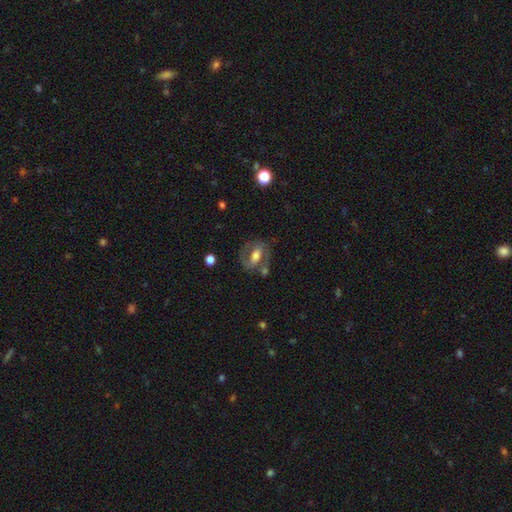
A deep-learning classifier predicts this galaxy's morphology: smooth_or_featured: featured or disk (p=0.59) [alt: smooth p=0.33]
disk_edge_on: no (p=0.92) [alt: yes p=0.08]
bar: weak (p=0.35) [alt: strong p=0.33]
has_spiral_arms: yes (p=0.64) [alt: no p=0.36]
bulge_size: moderate (p=0.58) [alt: large p=0.24]
merging: none (p=0.58) [alt: minor disturbance p=0.19]